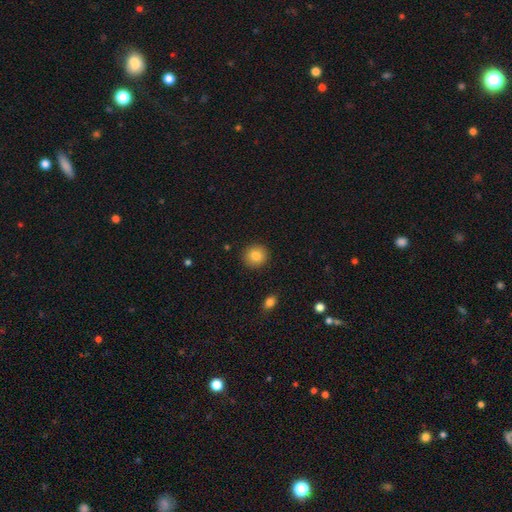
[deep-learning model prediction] A smooth galaxy with no disk features (84%) that is round (87%).

Vote fractions:
- Smooth or featured? smooth: 84% / star or artifact: 9% / featured or disk: 7%
- How rounded? round: 87% / in between: 12% / cigar-shaped: 1%
- Merging? none: 91% / minor disturbance: 6% / major disturbance: 2% / merger: 1%